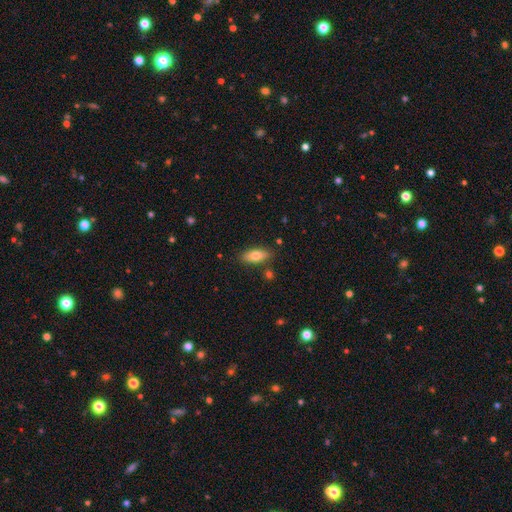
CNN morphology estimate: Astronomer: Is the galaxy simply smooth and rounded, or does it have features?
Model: smooth — 76%.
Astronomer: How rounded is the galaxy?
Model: in between — 79%.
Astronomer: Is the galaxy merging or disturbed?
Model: none — 83%.